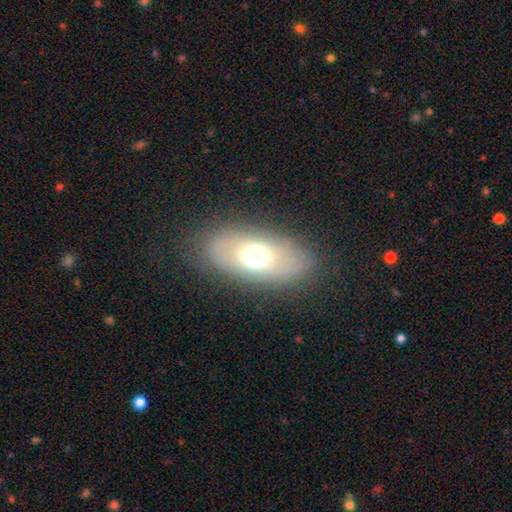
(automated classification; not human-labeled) smooth_or_featured: smooth (p=0.49) [alt: featured or disk p=0.41]
merging: none (p=0.81) [alt: minor disturbance p=0.12]